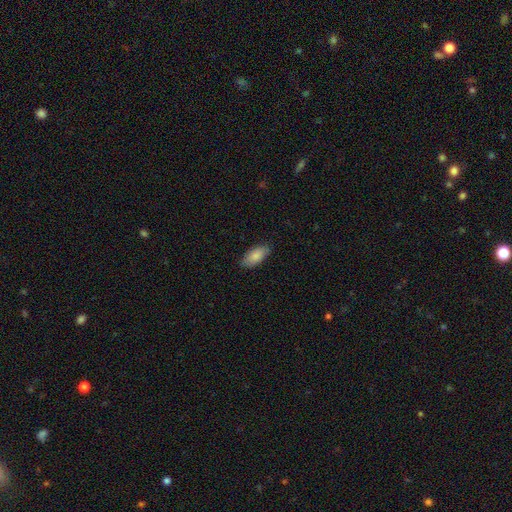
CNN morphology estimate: smooth-or-featured: smooth: 86% | featured or disk: 8% | star or artifact: 6%
  how-rounded: in between: 91% | cigar-shaped: 7% | round: 2%
  merging: none: 84% | minor disturbance: 13% | major disturbance: 2% | merger: 1%